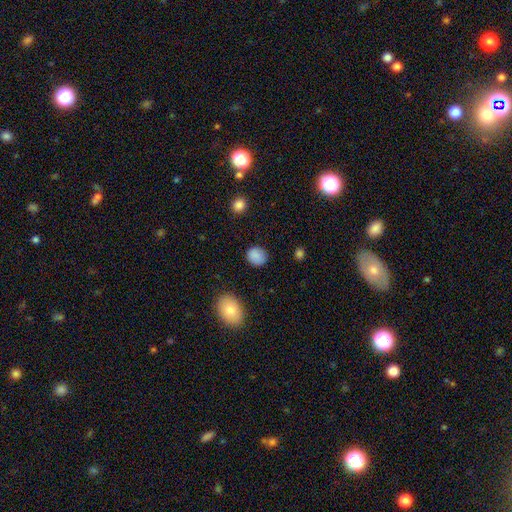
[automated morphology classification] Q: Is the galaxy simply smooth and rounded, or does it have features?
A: smooth — 87%.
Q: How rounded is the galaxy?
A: round — 72%.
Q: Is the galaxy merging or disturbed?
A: none — 86%.